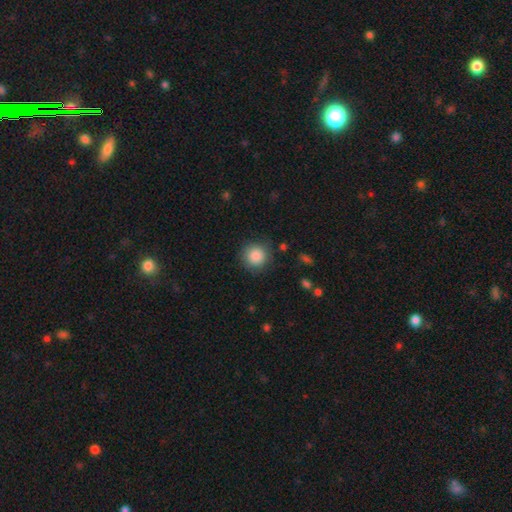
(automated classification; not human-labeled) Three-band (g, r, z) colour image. It shows a smooth galaxy with no disk features (86%) that is round (94%). Merging: none (86%).